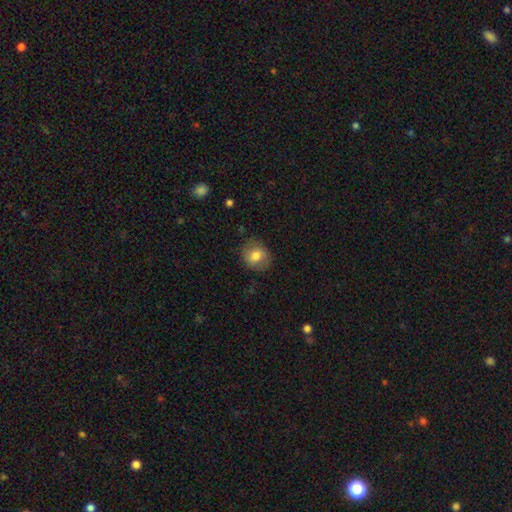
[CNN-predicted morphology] Q: Smooth or featured?
A: smooth (75%); runner-up: featured or disk (17%)
Q: How rounded?
A: round (74%); runner-up: in between (25%)
Q: Merging?
A: none (82%); runner-up: minor disturbance (13%)